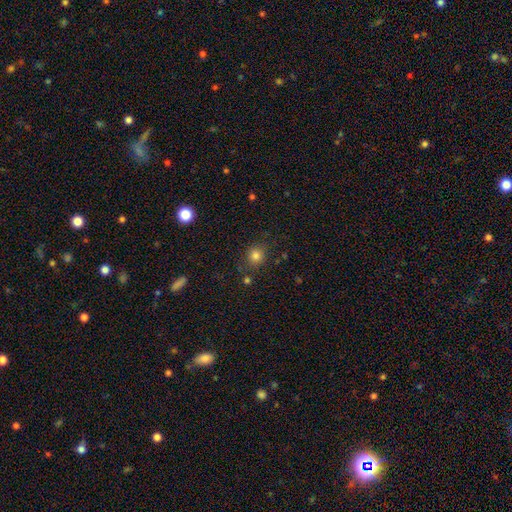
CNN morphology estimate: Smooth or featured?
  - smooth: 81% *
  - star or artifact: 13%
  - featured or disk: 6%
How rounded?
  - round: 86% *
  - in between: 13%
  - cigar-shaped: 1%
Merging?
  - none: 81% *
  - minor disturbance: 11%
  - merger: 4%
  - major disturbance: 4%